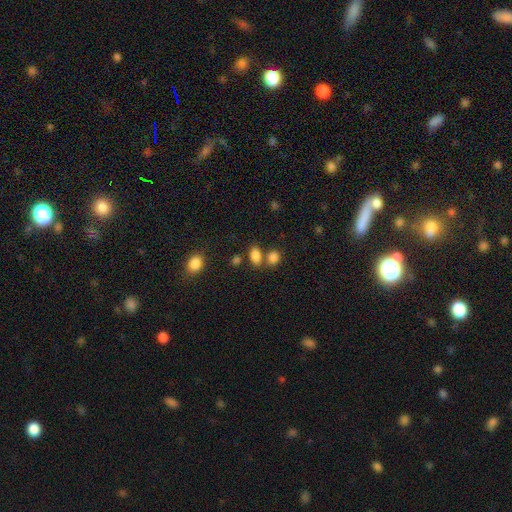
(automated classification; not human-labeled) Smooth or featured: smooth — 83% (star or artifact — 11%)
How rounded: in between — 80% (round — 18%)
Merging: none — 57% (merger — 27%)